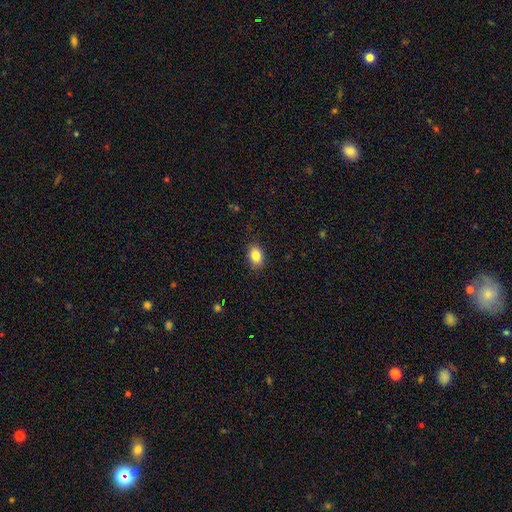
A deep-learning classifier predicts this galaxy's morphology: Smooth or featured?
  - smooth: 85% *
  - star or artifact: 8%
  - featured or disk: 6%
How rounded?
  - in between: 77% *
  - round: 22%
  - cigar-shaped: 1%
Merging?
  - none: 87% *
  - minor disturbance: 9%
  - major disturbance: 2%
  - merger: 1%